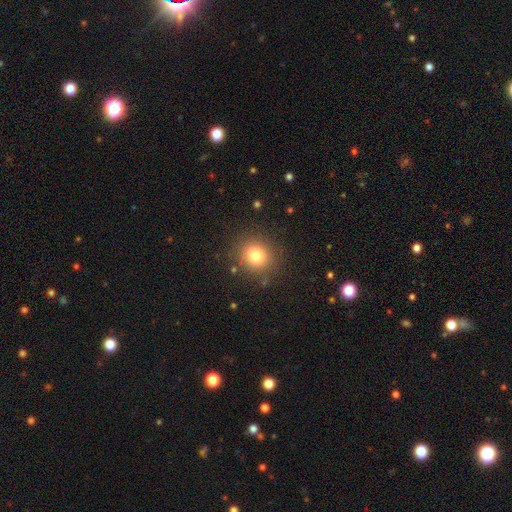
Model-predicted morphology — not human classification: A smooth galaxy with no disk features (80%) that is round (86%).

Vote fractions:
- Smooth or featured? smooth: 80% / star or artifact: 12% / featured or disk: 8%
- How rounded? round: 86% / in between: 13% / cigar-shaped: 1%
- Merging? none: 86% / minor disturbance: 9% / major disturbance: 4% / merger: 2%